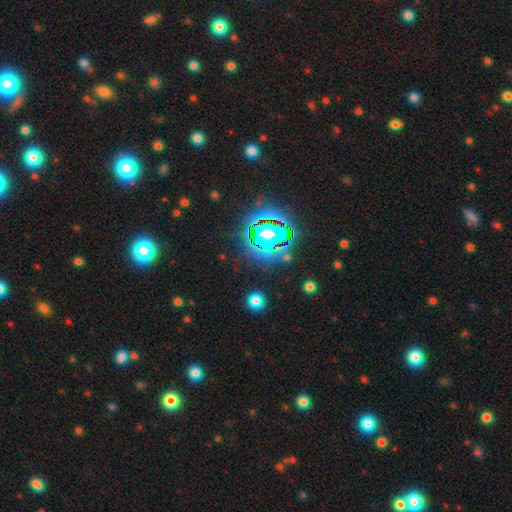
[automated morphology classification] Smooth or featured?
  - star or artifact: 82% *
  - smooth: 11%
  - featured or disk: 7%